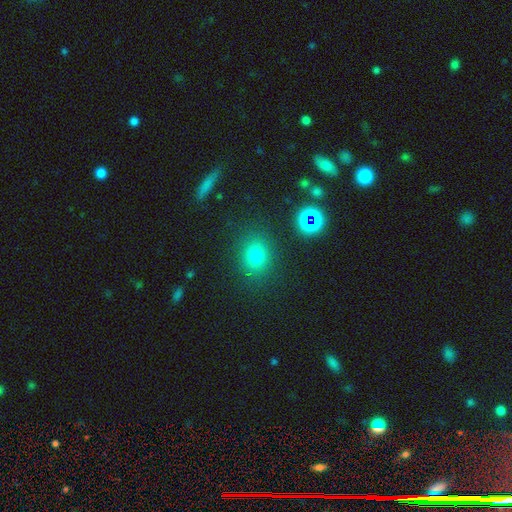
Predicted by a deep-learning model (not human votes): A smooth galaxy with no disk features (74%) that is round (67%). Merging: none (83%).